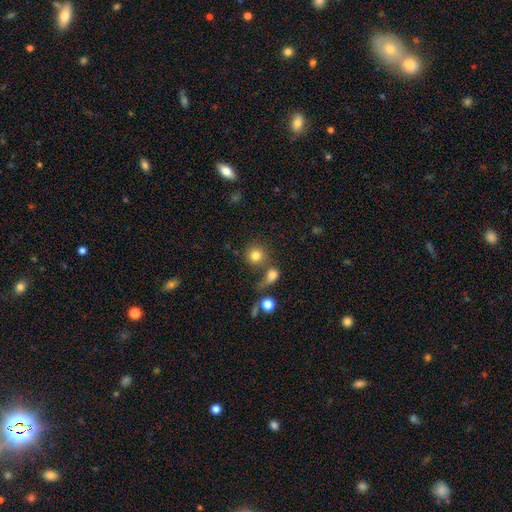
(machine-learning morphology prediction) Q: Smooth or featured?
A: smooth (80%); runner-up: star or artifact (11%)
Q: How rounded?
A: round (89%); runner-up: in between (10%)
Q: Merging?
A: none (58%); runner-up: merger (26%)